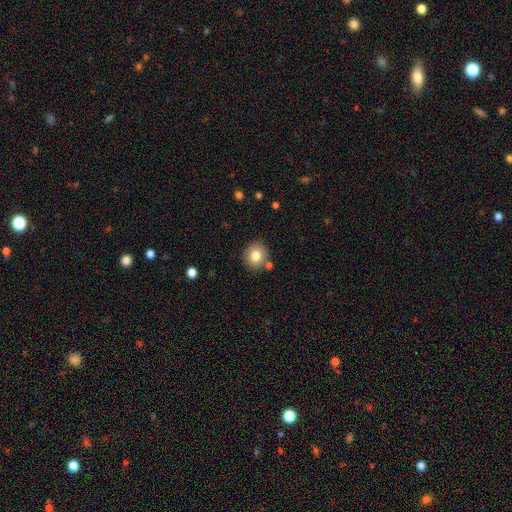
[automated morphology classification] This appears to be a smooth galaxy with no disk features (80%) that is round (81%). Merging: none (81%).